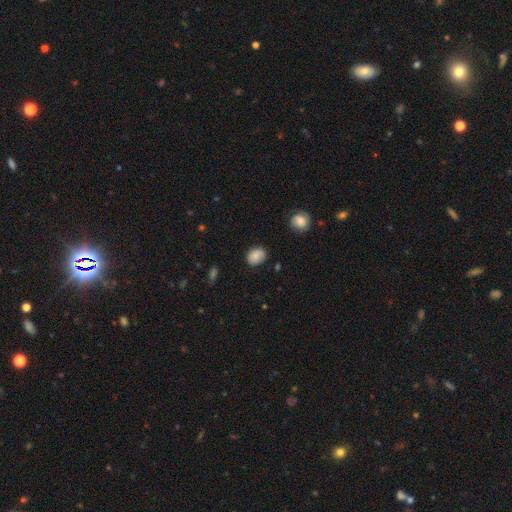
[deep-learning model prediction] Morphology: type=smooth (79%); roundness=in between (51%); merging=none (74%).